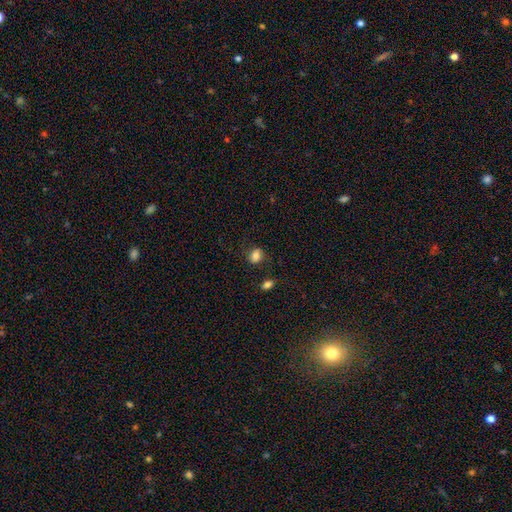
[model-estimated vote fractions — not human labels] Morphology: type=smooth (82%); roundness=in between (52%); merging=none (76%).